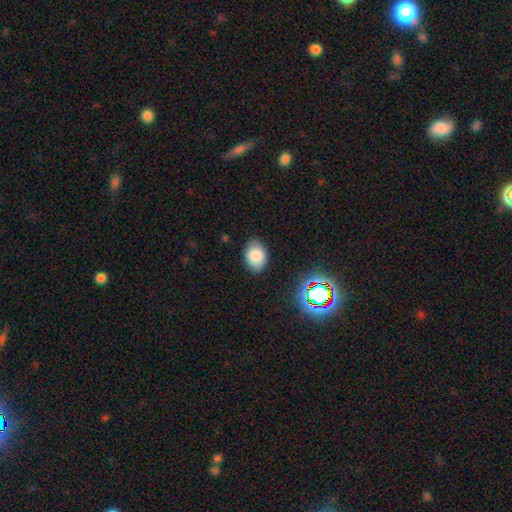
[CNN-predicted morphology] Q: Smooth or featured?
A: smooth (82%); runner-up: star or artifact (10%)
Q: How rounded?
A: in between (83%); runner-up: round (16%)
Q: Merging?
A: none (83%); runner-up: minor disturbance (13%)